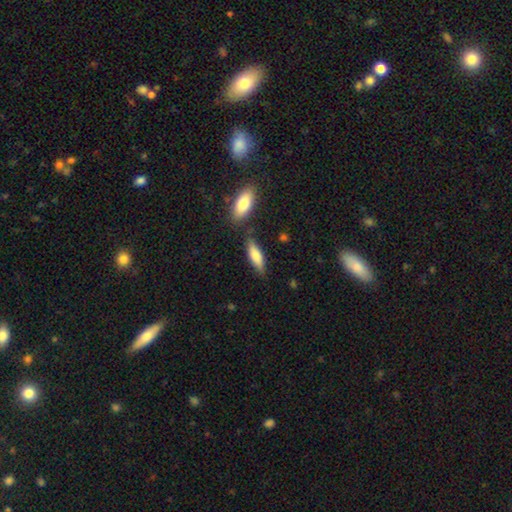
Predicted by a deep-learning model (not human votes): Q: Smooth or featured?
A: smooth (75%); runner-up: featured or disk (19%)
Q: How rounded?
A: in between (50%); runner-up: cigar-shaped (48%)
Q: Merging?
A: none (73%); runner-up: minor disturbance (15%)